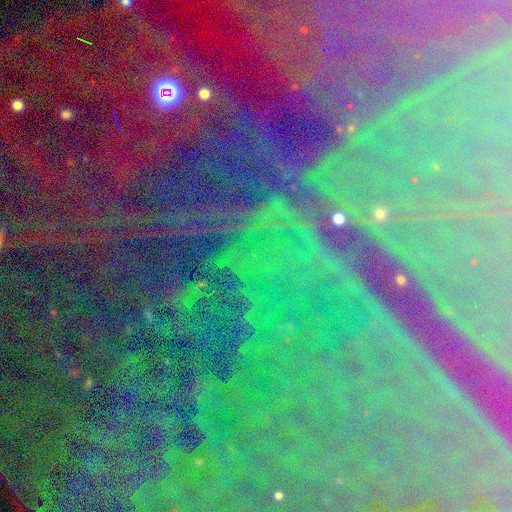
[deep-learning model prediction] Smooth or featured?
  - star or artifact: 87% *
  - featured or disk: 7%
  - smooth: 6%